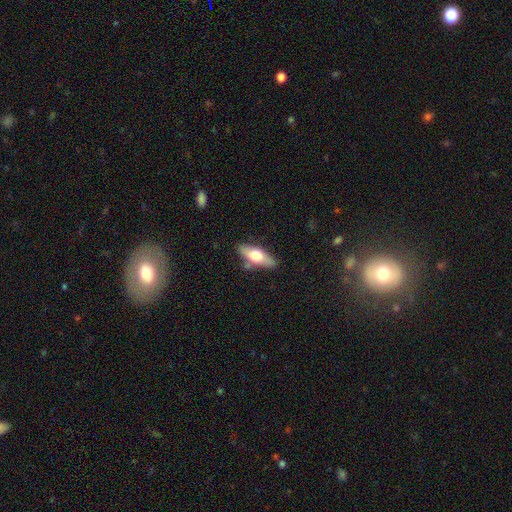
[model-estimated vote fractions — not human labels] This appears to be a smooth galaxy with no disk features (57%) that is in between round and cigar-shaped (64%). Merging: none (79%).